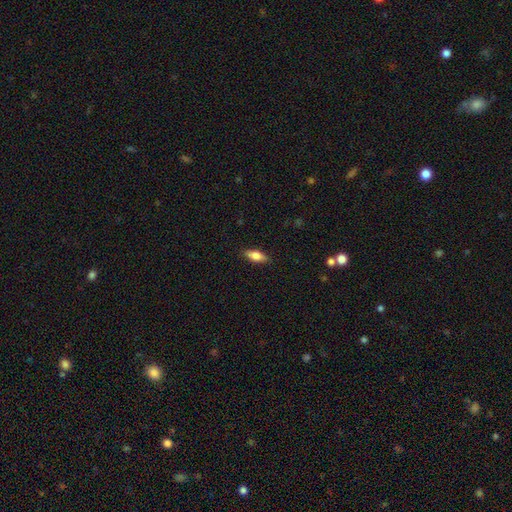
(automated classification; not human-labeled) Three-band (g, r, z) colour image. It shows a smooth galaxy with no disk features (75%) that is in between round and cigar-shaped (74%). Merging: none (87%).